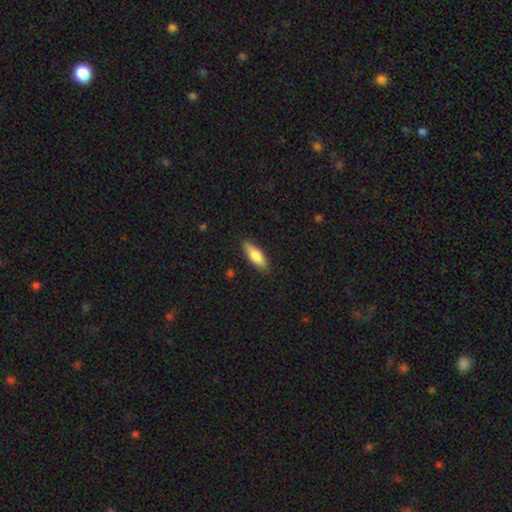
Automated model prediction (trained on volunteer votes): The model was most divided on "how rounded": in between: 64%, cigar-shaped: 34%, round: 2%. More confident: merging — none (86%); smooth or featured — smooth (76%).